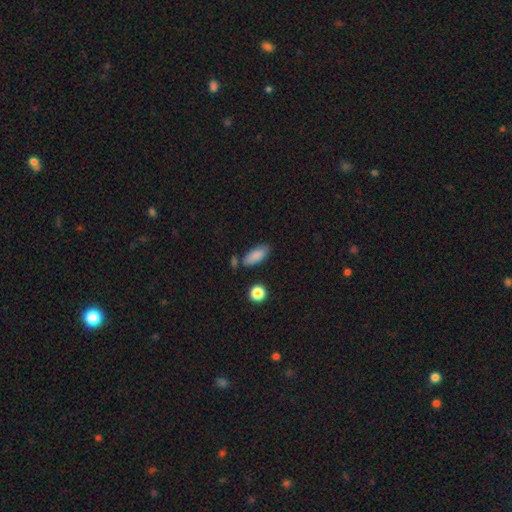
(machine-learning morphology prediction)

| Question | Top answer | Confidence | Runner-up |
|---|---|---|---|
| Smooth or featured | smooth | 86% | star or artifact (8%) |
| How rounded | in between | 81% | cigar-shaped (16%) |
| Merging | none | 74% | minor disturbance (15%) |